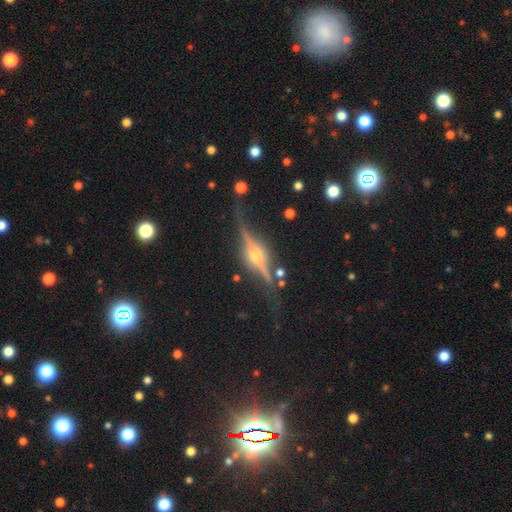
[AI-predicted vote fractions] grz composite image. It shows a featured or disk galaxy (88%) viewed edge-on (95%) with a rounded central bulge (94%). Merging: none (79%).